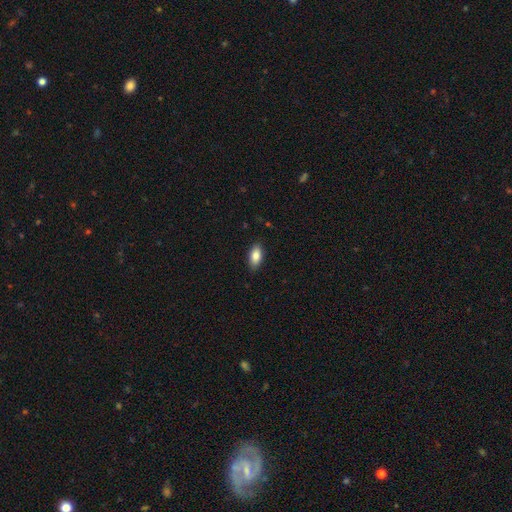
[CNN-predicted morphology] smooth_or_featured: smooth (p=0.85) [alt: featured or disk p=0.08]
how_rounded: in between (p=0.90) [alt: cigar-shaped p=0.07]
merging: none (p=0.87) [alt: minor disturbance p=0.10]